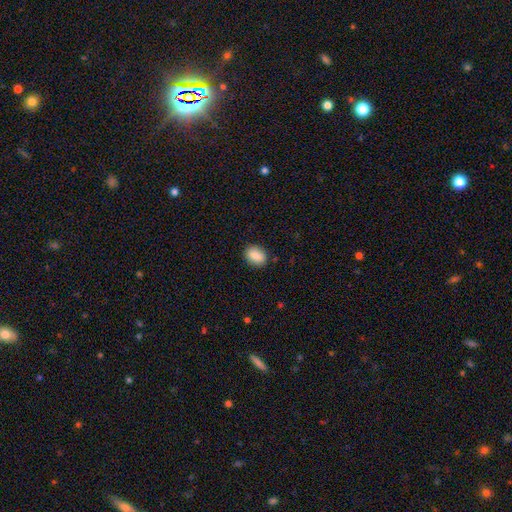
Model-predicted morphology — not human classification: This is clearly a smooth galaxy (87%). How rounded: likely in between (72%). Merging: clearly none (88%).